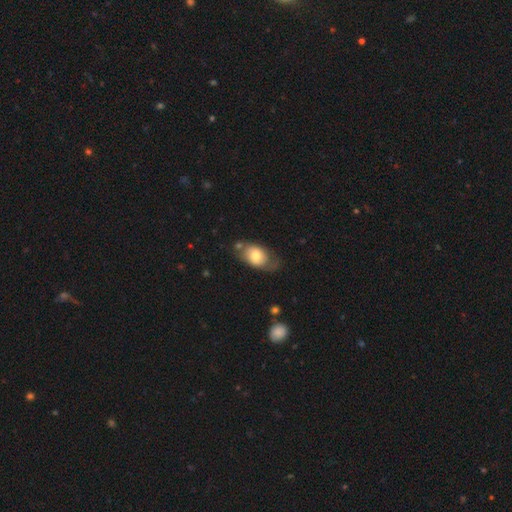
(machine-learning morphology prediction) Smooth or featured?
  - smooth: 64% *
  - featured or disk: 29%
  - star or artifact: 7%
How rounded?
  - in between: 80% *
  - round: 18%
  - cigar-shaped: 2%
Merging?
  - none: 50% *
  - minor disturbance: 30%
  - major disturbance: 14%
  - merger: 7%